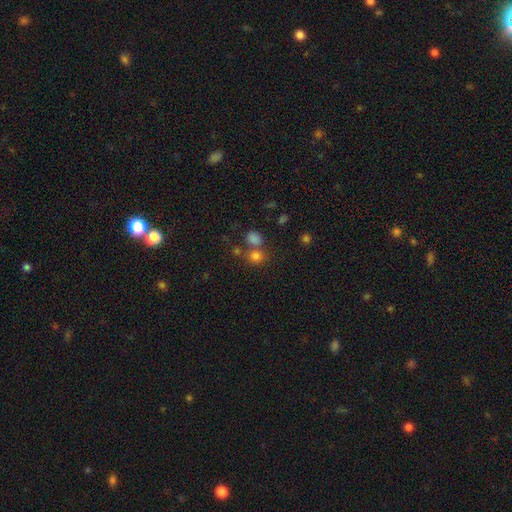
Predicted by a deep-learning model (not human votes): smooth_or_featured: smooth (p=0.76) [alt: star or artifact p=0.17]
how_rounded: round (p=0.76) [alt: in between p=0.23]
merging: none (p=0.55) [alt: merger p=0.32]